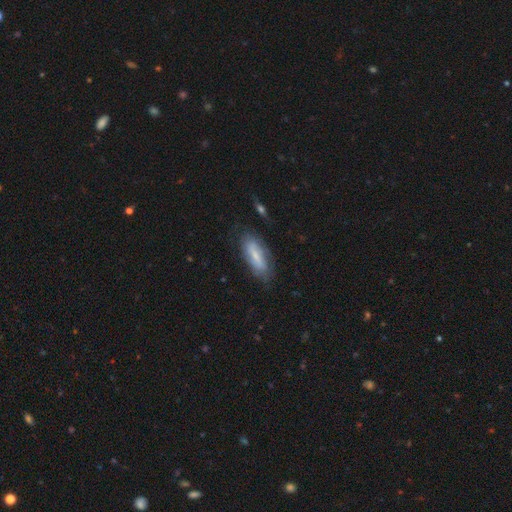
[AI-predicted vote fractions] Smooth or featured: smooth — 54% (featured or disk — 38%)
How rounded: in between — 66% (cigar-shaped — 32%)
Merging: none — 72% (minor disturbance — 19%)